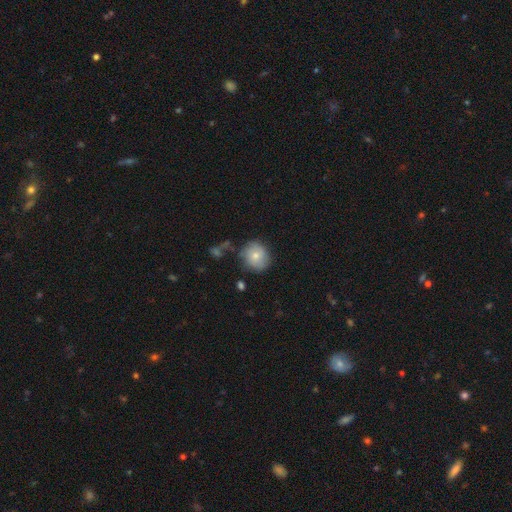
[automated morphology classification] Smooth or featured: smooth — 70% (featured or disk — 22%)
How rounded: round — 85% (in between — 14%)
Merging: none — 67% (minor disturbance — 21%)